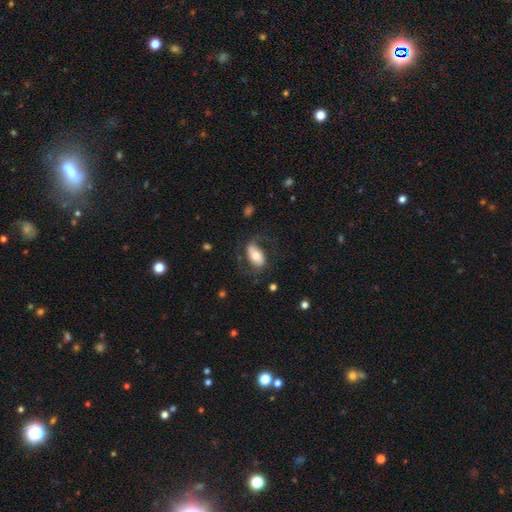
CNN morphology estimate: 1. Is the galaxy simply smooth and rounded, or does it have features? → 48% smooth, 46% featured or disk, 7% star or artifact.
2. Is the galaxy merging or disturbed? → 63% none, 19% minor disturbance, 17% major disturbance, 2% merger.